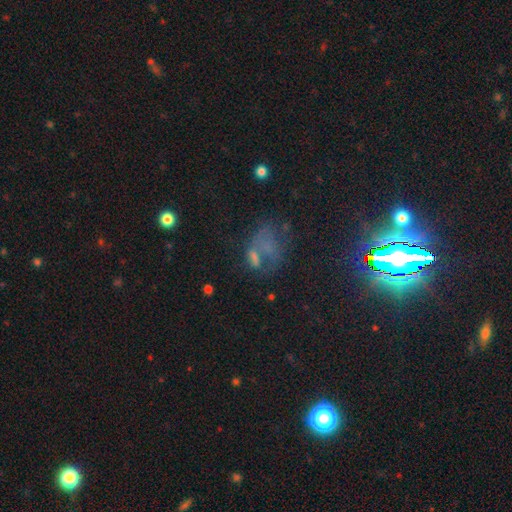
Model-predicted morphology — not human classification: A smooth galaxy with no disk features (39%).

Vote fractions:
- Smooth or featured? smooth: 39% / star or artifact: 31% / featured or disk: 30%
- Merging? none: 33% / major disturbance: 31% / merger: 19% / minor disturbance: 18%